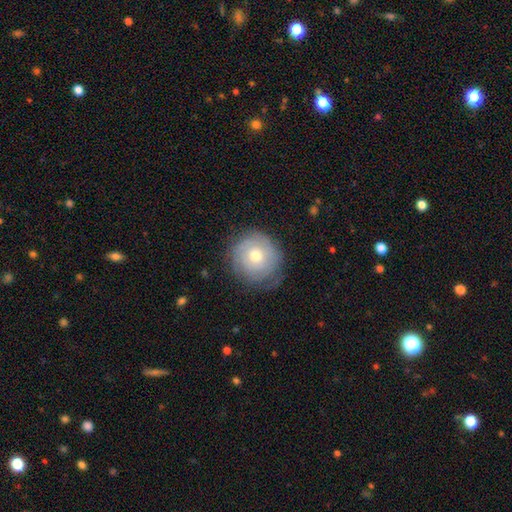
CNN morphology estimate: Smooth or featured?
  - featured or disk: 47% *
  - smooth: 45%
  - star or artifact: 8%
Merging?
  - none: 69% *
  - minor disturbance: 22%
  - major disturbance: 8%
  - merger: 1%